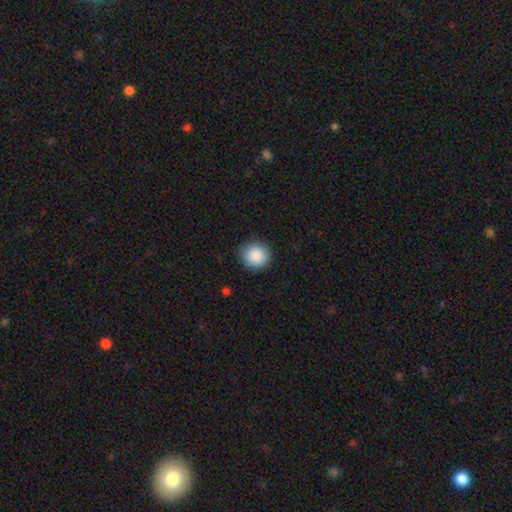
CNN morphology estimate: type=smooth (88%); roundness=round (91%); merging=none (89%).